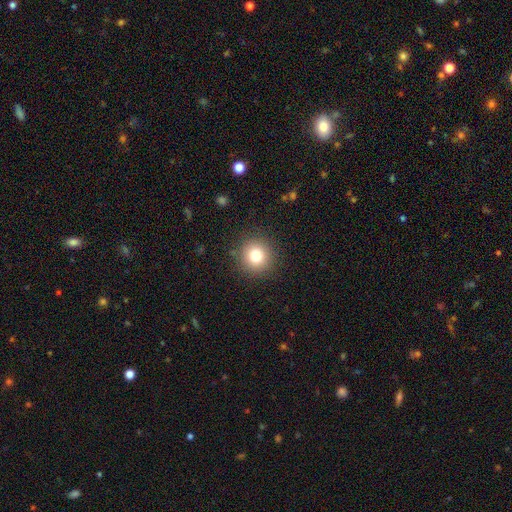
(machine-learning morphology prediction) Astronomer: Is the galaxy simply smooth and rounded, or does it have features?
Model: smooth — 79%.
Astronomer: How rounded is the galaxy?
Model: round — 93%.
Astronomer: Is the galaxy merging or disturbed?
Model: none — 90%.